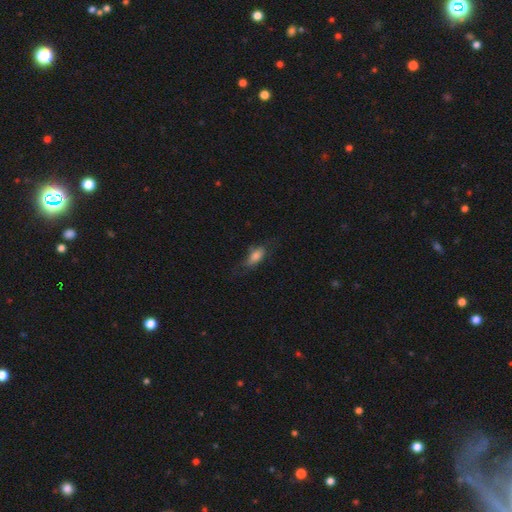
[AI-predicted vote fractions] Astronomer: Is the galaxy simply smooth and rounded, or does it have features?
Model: smooth — 73%.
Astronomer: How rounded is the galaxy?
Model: in between — 79%.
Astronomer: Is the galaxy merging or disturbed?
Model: none — 51% (runner-up: minor disturbance, 28%).